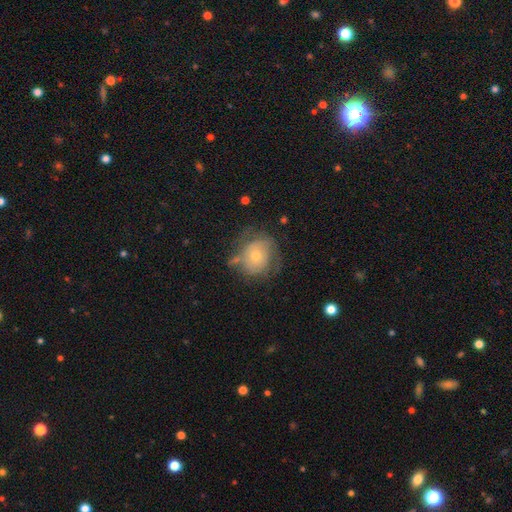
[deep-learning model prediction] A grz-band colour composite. It shows a smooth galaxy with no disk features (50%) that is round (74%). Merging: none (51%).